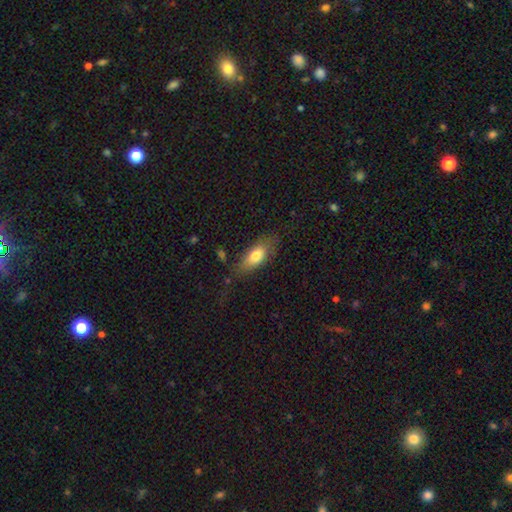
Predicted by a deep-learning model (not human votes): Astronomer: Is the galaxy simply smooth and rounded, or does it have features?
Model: smooth — 76%.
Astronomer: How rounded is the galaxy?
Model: in between — 81%.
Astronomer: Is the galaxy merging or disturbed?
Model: none — 64%.